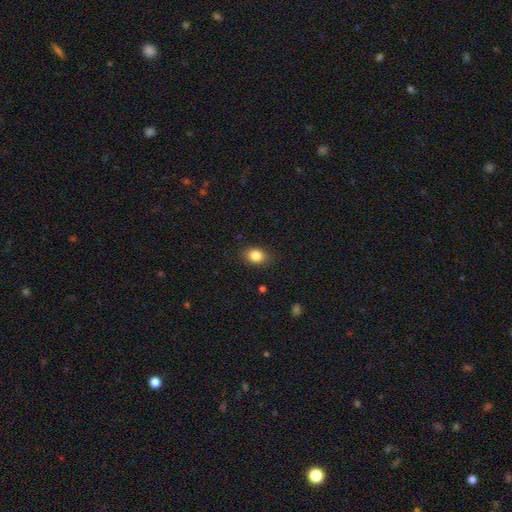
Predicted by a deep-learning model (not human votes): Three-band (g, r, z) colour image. It shows a smooth galaxy with no disk features (85%) that is in between round and cigar-shaped (65%). Merging: none (86%).